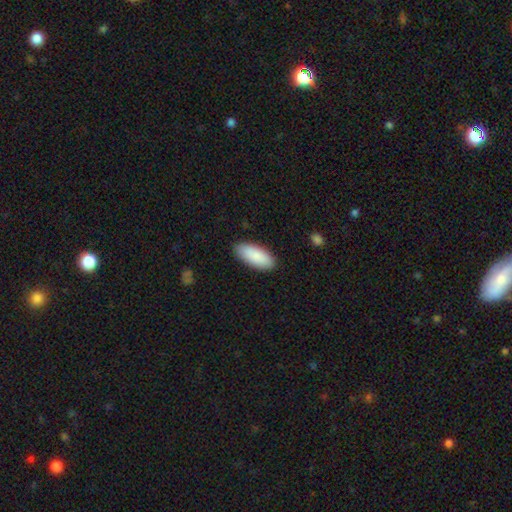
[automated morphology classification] The model was most divided on "how rounded": in between: 86%, cigar-shaped: 12%, round: 2%. More confident: smooth or featured — smooth (88%); merging — none (88%).